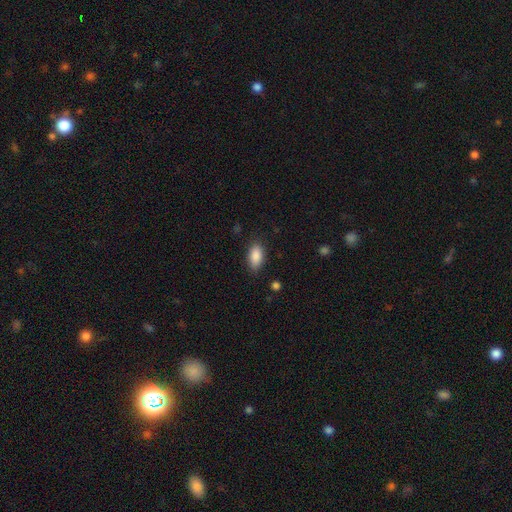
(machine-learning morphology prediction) smooth 88%, star or artifact 7%, featured or disk 5%. Down the decision tree: how rounded — in between (91%); merging — none (83%).